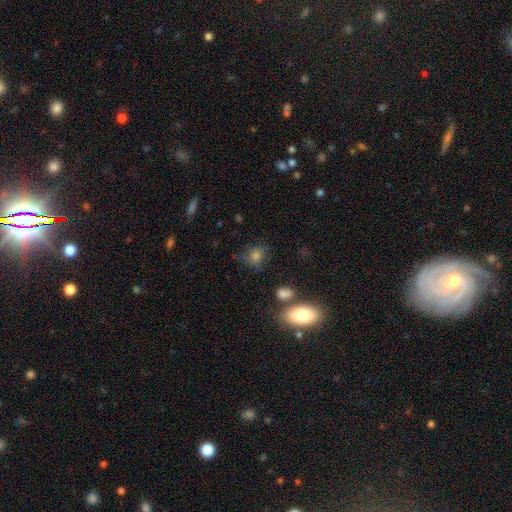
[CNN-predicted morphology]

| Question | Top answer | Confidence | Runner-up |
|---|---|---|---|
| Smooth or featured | smooth | 74% | star or artifact (14%) |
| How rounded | round | 57% | in between (41%) |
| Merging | none | 61% | minor disturbance (21%) |